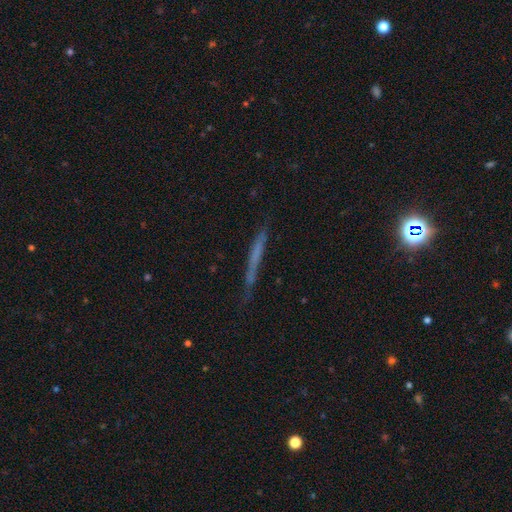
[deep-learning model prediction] A smooth galaxy with no disk features (47%).

Vote fractions:
- Smooth or featured? smooth: 47% / featured or disk: 42% / star or artifact: 10%
- Merging? none: 73% / minor disturbance: 20% / major disturbance: 5% / merger: 2%